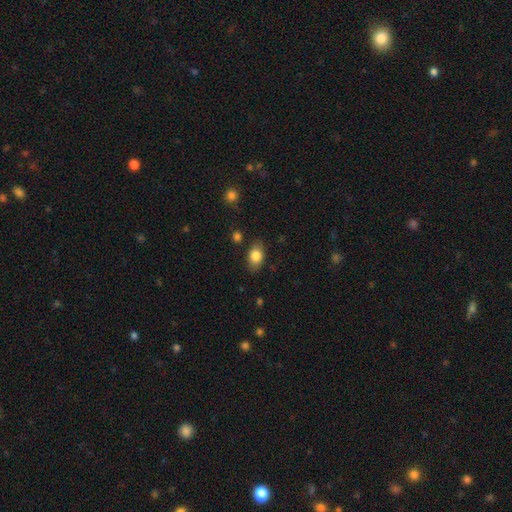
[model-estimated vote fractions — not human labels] Smooth or featured? Predicted: smooth (p=0.83). How rounded? Predicted: in between (p=0.85). Merging? Predicted: none (p=0.82).